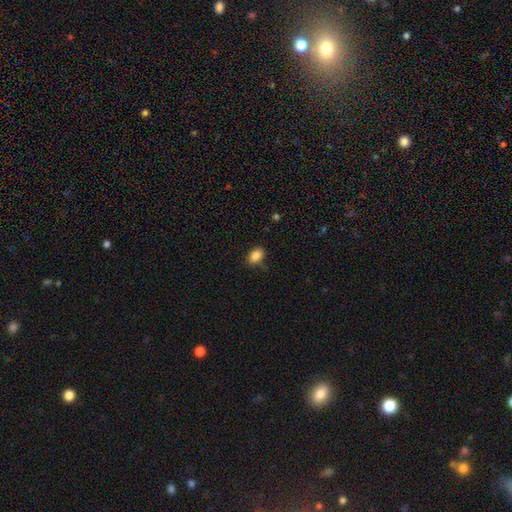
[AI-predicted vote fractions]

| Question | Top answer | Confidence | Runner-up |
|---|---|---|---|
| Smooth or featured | smooth | 86% | star or artifact (9%) |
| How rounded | in between | 80% | round (19%) |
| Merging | none | 80% | minor disturbance (15%) |